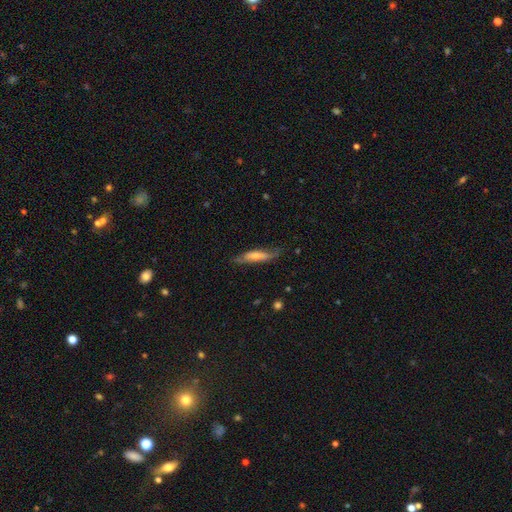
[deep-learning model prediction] smooth-or-featured: featured or disk: 49% | smooth: 44% | star or artifact: 7%
  merging: none: 64% | minor disturbance: 24% | major disturbance: 9% | merger: 2%